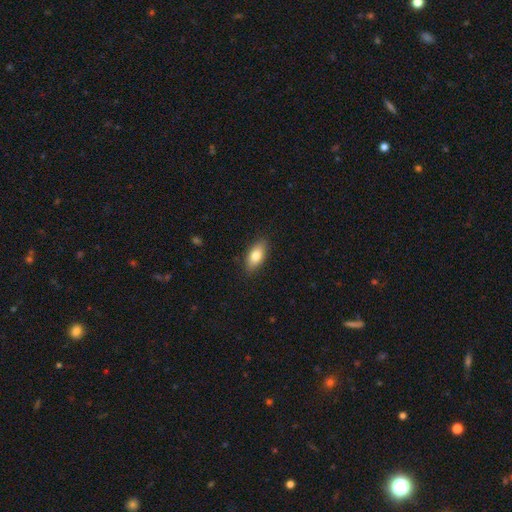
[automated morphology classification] A smooth galaxy with no disk features (80%) that is in between round and cigar-shaped (85%). Merging: none (87%).